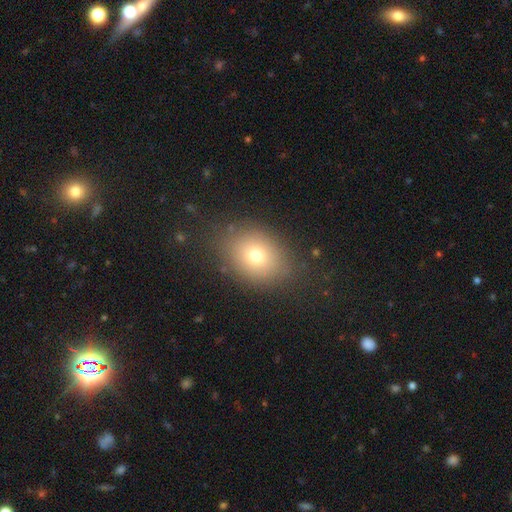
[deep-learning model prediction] A smooth galaxy with no disk features (74%) that is in between round and cigar-shaped (61%).

Vote fractions:
- Smooth or featured? smooth: 74% / star or artifact: 13% / featured or disk: 13%
- How rounded? in between: 61% / round: 38% / cigar-shaped: 1%
- Merging? none: 80% / minor disturbance: 13% / major disturbance: 5% / merger: 2%